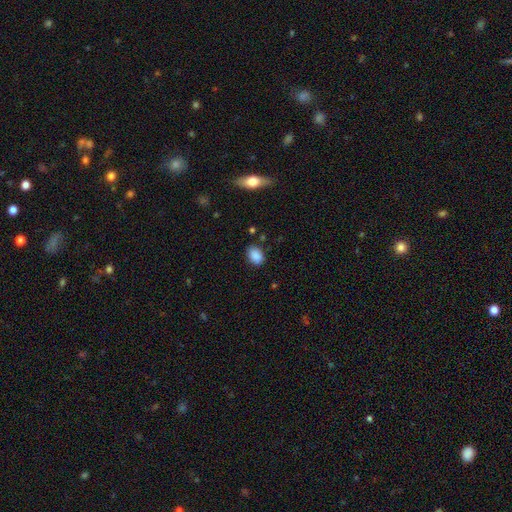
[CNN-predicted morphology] Overall: smooth (88%). How rounded: in between (79%). Merging: none (81%).